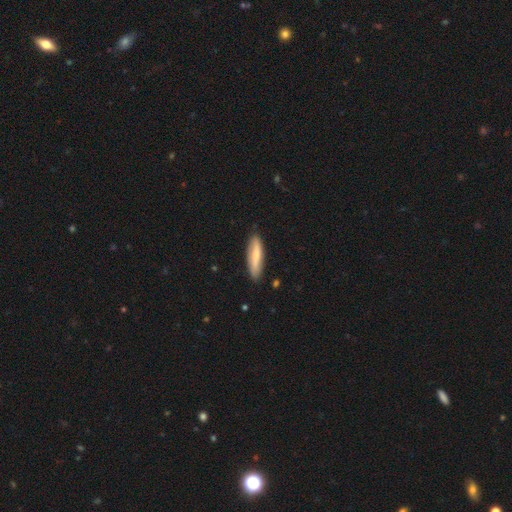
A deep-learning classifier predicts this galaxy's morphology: smooth_or_featured: smooth (p=0.71) [alt: featured or disk p=0.23]
how_rounded: cigar-shaped (p=0.71) [alt: in between p=0.28]
merging: none (p=0.84) [alt: minor disturbance p=0.13]